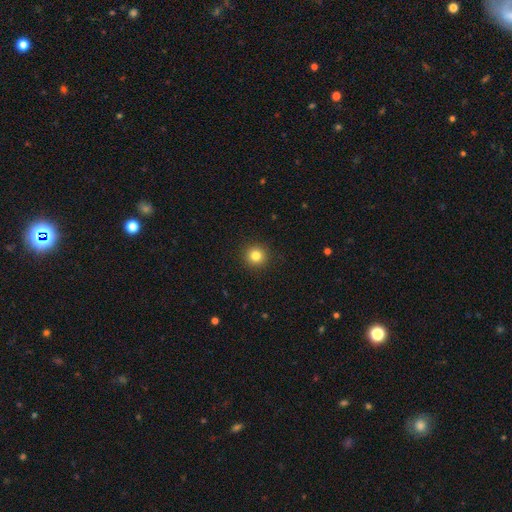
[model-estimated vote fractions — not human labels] Smooth or featured: smooth — 83% (star or artifact — 12%)
How rounded: round — 95% (in between — 4%)
Merging: none — 93% (minor disturbance — 5%)